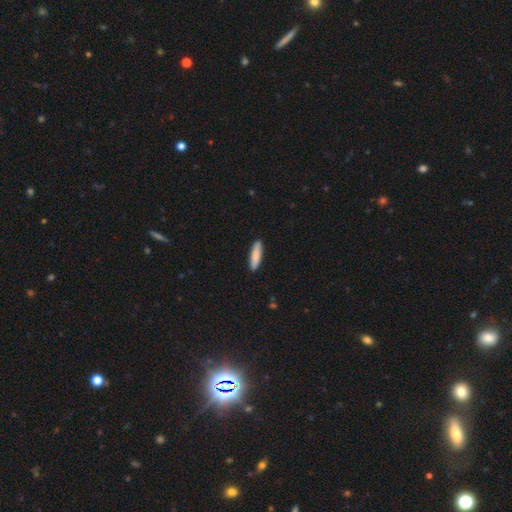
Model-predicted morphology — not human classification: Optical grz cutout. It shows a smooth galaxy with no disk features (83%) that is cigar-shaped (75%). Merging: none (90%).